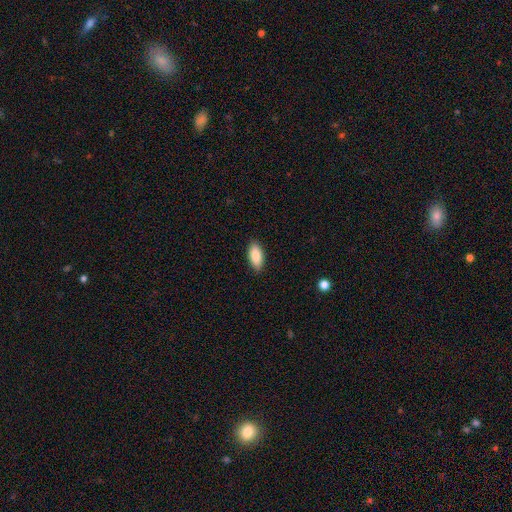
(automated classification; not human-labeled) smooth 86%, featured or disk 7%, star or artifact 6%. Down the decision tree: how rounded — in between (88%); merging — none (88%).